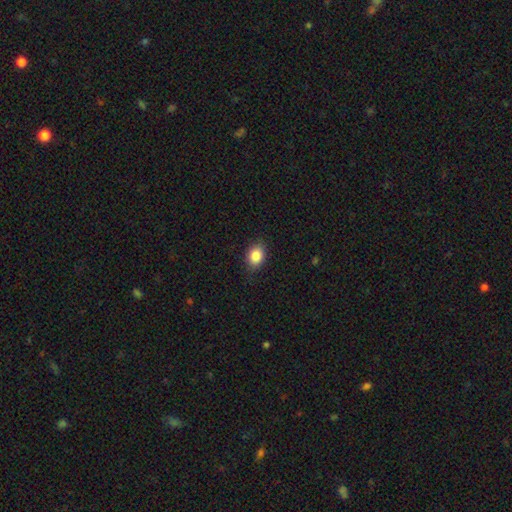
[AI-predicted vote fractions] A smooth galaxy with no disk features (86%) that is in between round and cigar-shaped (67%). Merging: none (85%).